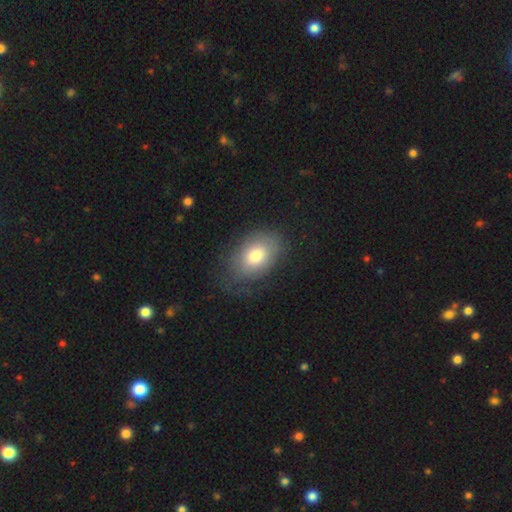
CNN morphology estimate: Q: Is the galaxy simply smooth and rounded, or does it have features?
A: smooth — 74%.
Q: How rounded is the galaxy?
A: in between — 84%.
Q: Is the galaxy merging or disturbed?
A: none — 65%.